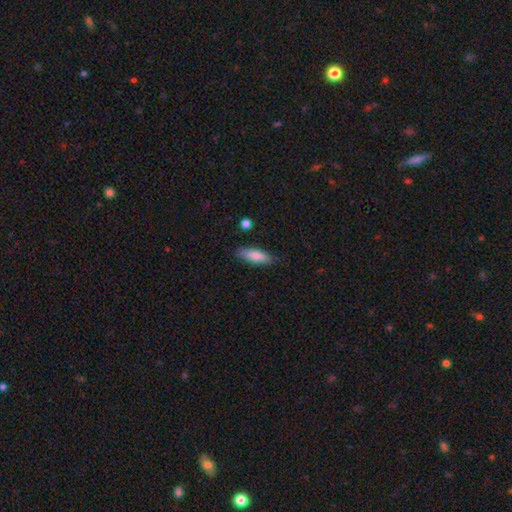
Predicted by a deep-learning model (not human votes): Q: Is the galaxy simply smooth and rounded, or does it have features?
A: smooth — 82%.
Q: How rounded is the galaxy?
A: in between — 57%.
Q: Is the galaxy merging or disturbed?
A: none — 80%.